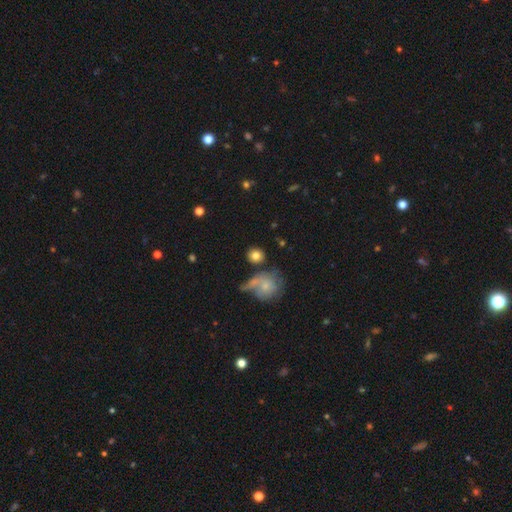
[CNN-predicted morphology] smooth 81%, featured or disk 10%, star or artifact 9%. Down the decision tree: how rounded — round (84%); merging — none (71%).